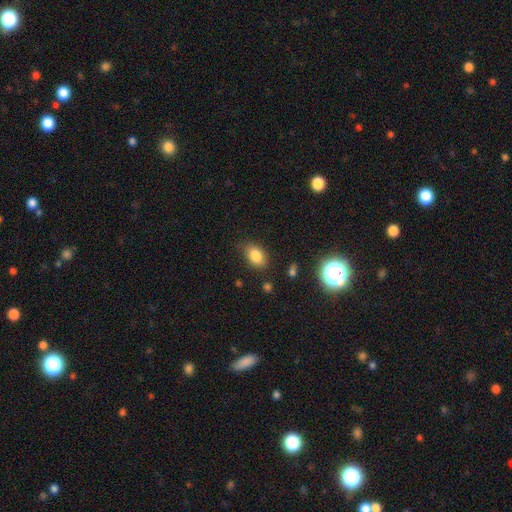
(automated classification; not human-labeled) smooth 82%, star or artifact 11%, featured or disk 7%. Down the decision tree: how rounded — in between (82%); merging — none (79%).